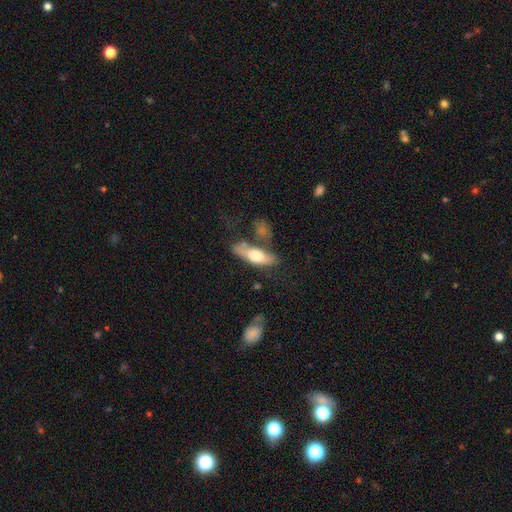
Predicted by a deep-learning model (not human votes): smooth-or-featured: smooth: 54% | featured or disk: 40% | star or artifact: 6%
  how-rounded: in between: 52% | cigar-shaped: 45% | round: 3%
  merging: none: 55% | minor disturbance: 21% | merger: 13% | major disturbance: 10%